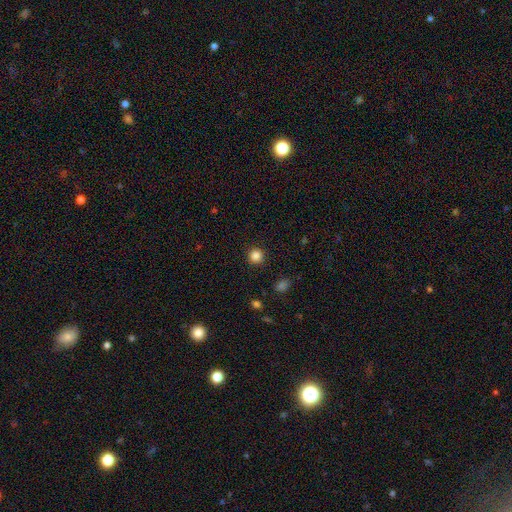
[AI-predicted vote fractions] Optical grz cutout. It shows a smooth galaxy with no disk features (85%) that is round (95%). Merging: none (92%).